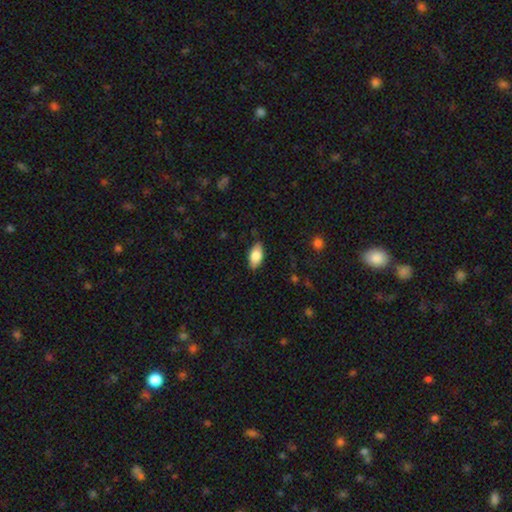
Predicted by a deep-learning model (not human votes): smooth 82%, featured or disk 12%, star or artifact 6%. Down the decision tree: how rounded — in between (92%); merging — none (83%).